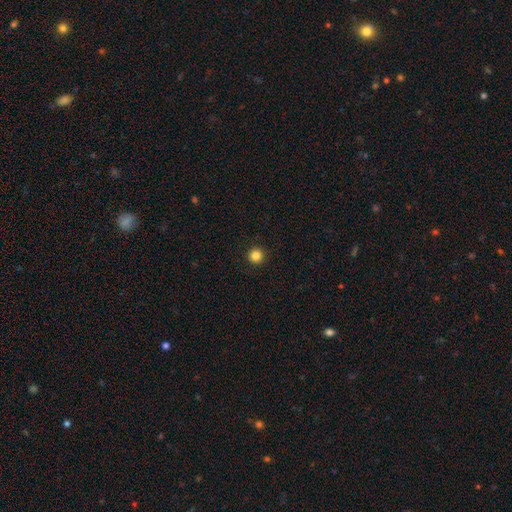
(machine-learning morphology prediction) Smooth or featured? Predicted: smooth (p=0.85). How rounded? Predicted: round (p=0.96). Merging? Predicted: none (p=0.94).